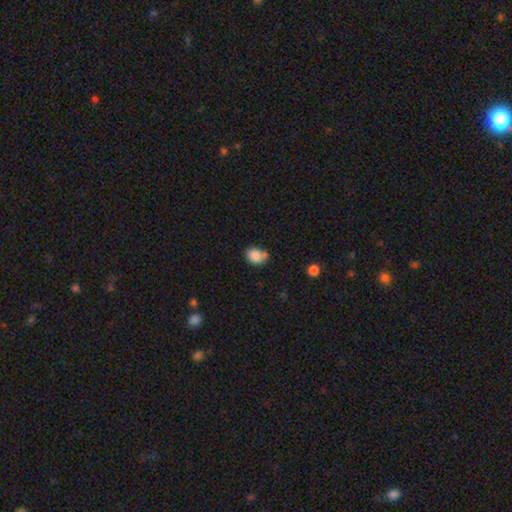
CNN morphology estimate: A smooth galaxy with no disk features (85%) that is in between round and cigar-shaped (50%).

Vote fractions:
- Smooth or featured? smooth: 85% / star or artifact: 9% / featured or disk: 6%
- How rounded? in between: 50% / round: 49% / cigar-shaped: 1%
- Merging? none: 56% / minor disturbance: 23% / merger: 16% / major disturbance: 5%